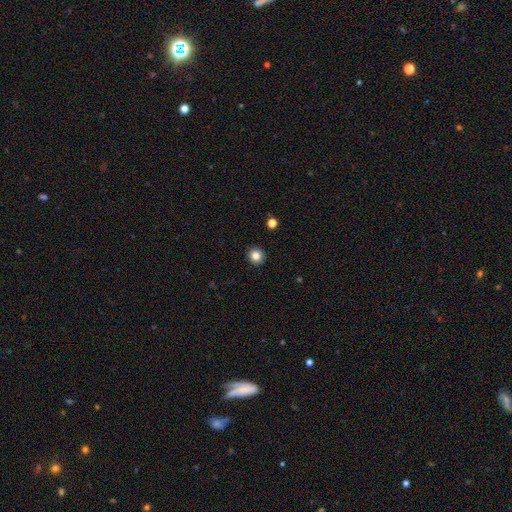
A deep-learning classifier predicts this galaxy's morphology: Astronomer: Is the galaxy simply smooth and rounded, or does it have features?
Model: smooth — 84%.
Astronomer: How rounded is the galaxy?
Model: round — 93%.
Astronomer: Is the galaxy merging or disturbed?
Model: none — 93%.